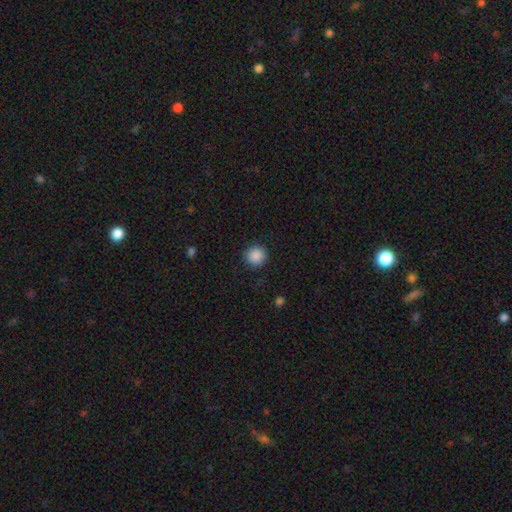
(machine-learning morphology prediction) Smooth or featured? smooth (88%)
How rounded? round (94%)
Merging? none (90%)